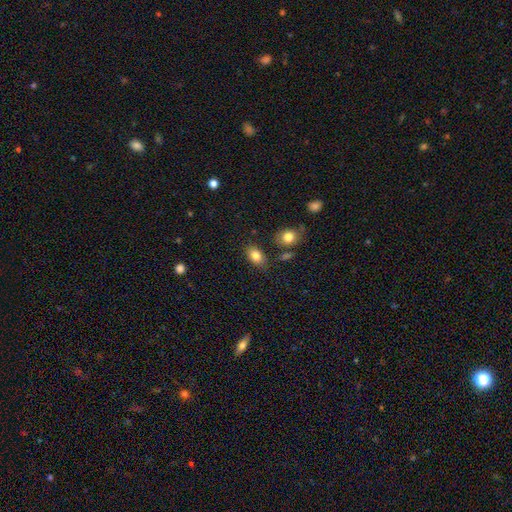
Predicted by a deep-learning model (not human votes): Smooth or featured?
  - smooth: 83% *
  - star or artifact: 9%
  - featured or disk: 9%
How rounded?
  - in between: 84% *
  - round: 14%
  - cigar-shaped: 2%
Merging?
  - none: 79% *
  - minor disturbance: 13%
  - merger: 5%
  - major disturbance: 3%